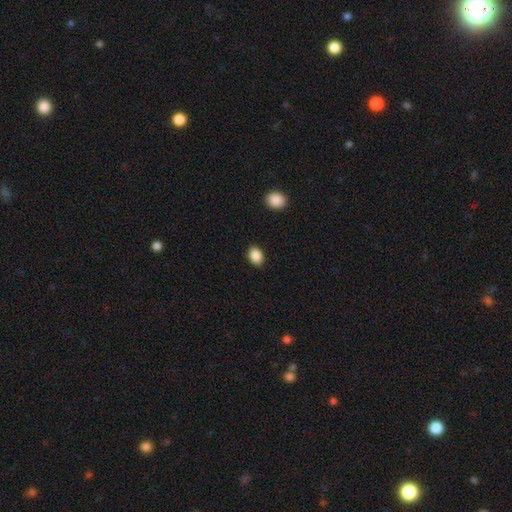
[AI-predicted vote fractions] Smooth or featured? smooth (88%)
How rounded? in between (71%)
Merging? none (89%)